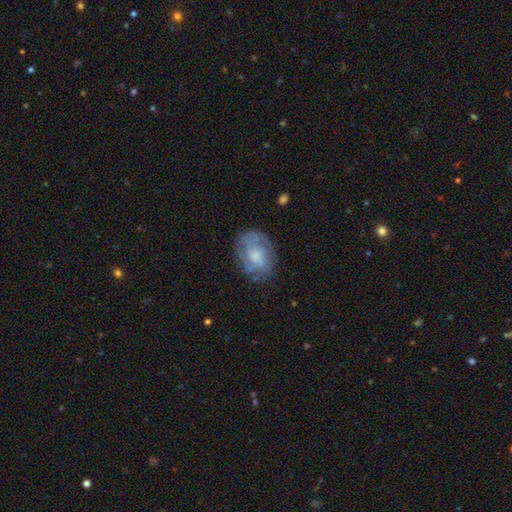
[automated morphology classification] featured or disk 71%, smooth 22%, star or artifact 7%. Down the decision tree: edge-on disk — no (97%); bar — no (70%); spiral arms — yes (85%); spiral arm count — can't tell (39%); spiral winding — tight (54%); bulge size — moderate (41%); merging — none (72%).